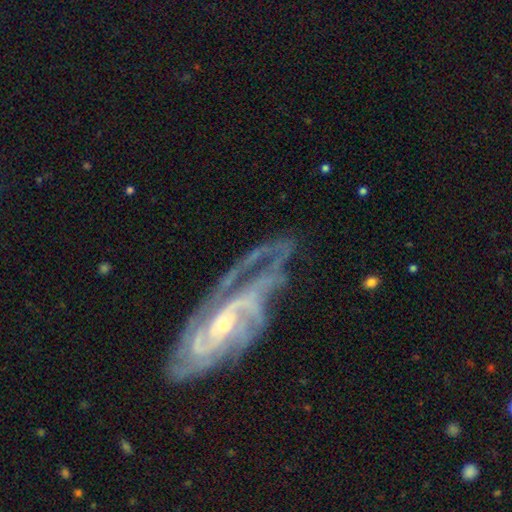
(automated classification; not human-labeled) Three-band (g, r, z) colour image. It shows a featured or disk galaxy (90%) with no bar (45%), 3 (27%) tight (54%) spiral arms (98%) and a small central bulge (71%). Merging: none (57%).